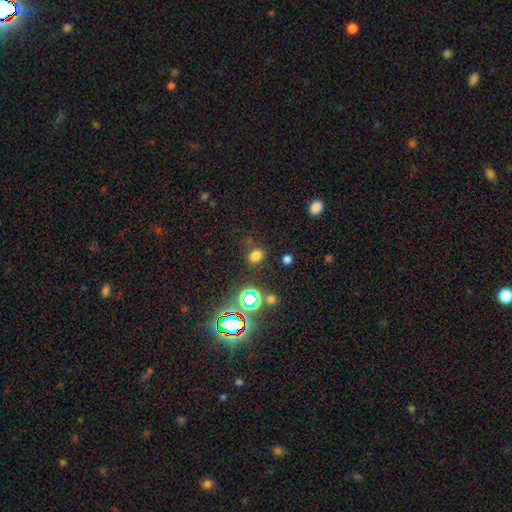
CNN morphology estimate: smooth_or_featured: smooth (p=0.68) [alt: star or artifact p=0.25]
how_rounded: round (p=0.64) [alt: in between p=0.35]
merging: none (p=0.79) [alt: minor disturbance p=0.12]